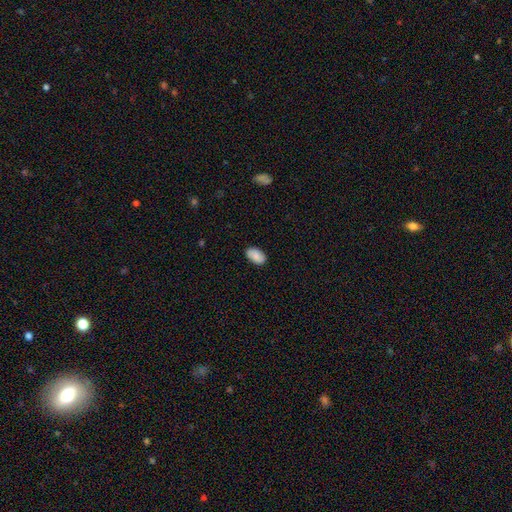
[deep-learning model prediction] smooth-or-featured: smooth: 85% | featured or disk: 8% | star or artifact: 7%
  how-rounded: in between: 94% | round: 4% | cigar-shaped: 1%
  merging: none: 86% | minor disturbance: 11% | major disturbance: 2% | merger: 1%